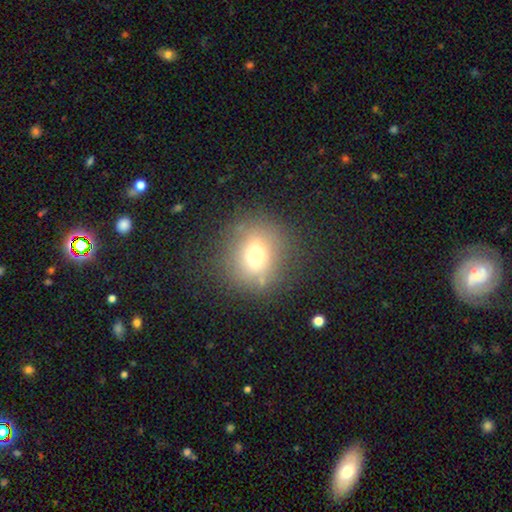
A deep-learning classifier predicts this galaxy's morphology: smooth_or_featured: smooth (p=0.68) [alt: featured or disk p=0.17]
how_rounded: round (p=0.83) [alt: in between p=0.15]
merging: none (p=0.80) [alt: minor disturbance p=0.12]